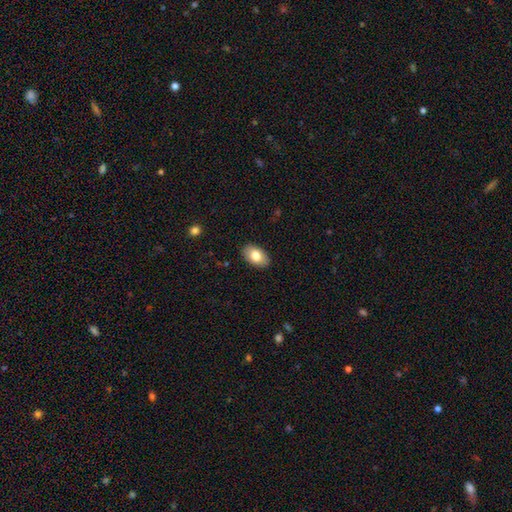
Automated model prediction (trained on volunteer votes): Smooth or featured?
  - smooth: 80% *
  - featured or disk: 14%
  - star or artifact: 7%
How rounded?
  - in between: 92% *
  - round: 6%
  - cigar-shaped: 1%
Merging?
  - none: 88% *
  - minor disturbance: 9%
  - major disturbance: 2%
  - merger: 1%